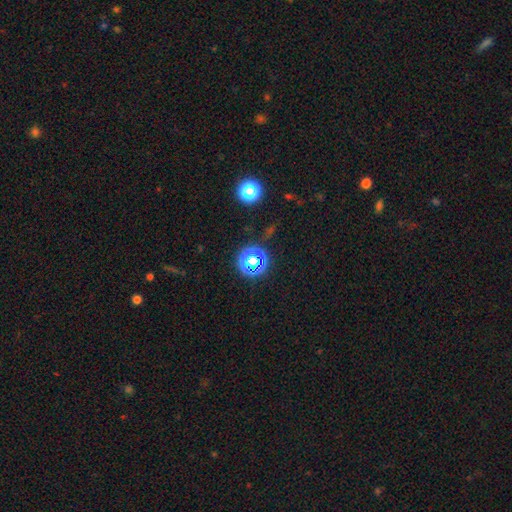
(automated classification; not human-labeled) Smooth or featured? Predicted: star or artifact (p=0.63).